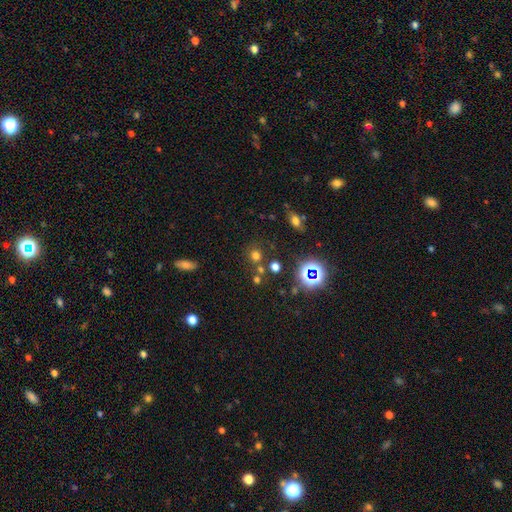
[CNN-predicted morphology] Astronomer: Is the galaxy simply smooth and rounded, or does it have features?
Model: smooth — 61%.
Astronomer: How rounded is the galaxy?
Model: round — 86%.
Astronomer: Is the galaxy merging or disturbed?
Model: none — 72%.